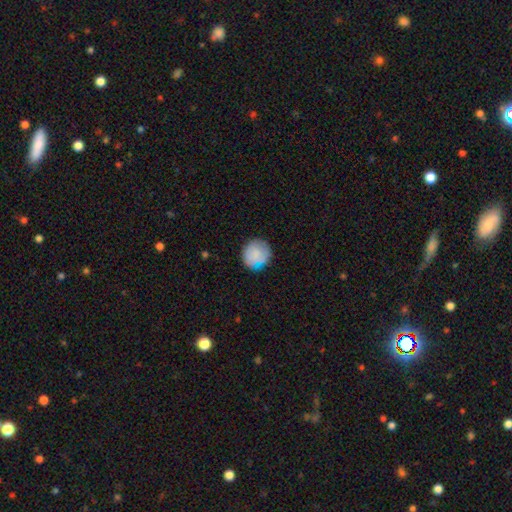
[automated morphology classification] Q: Smooth or featured?
A: smooth (81%); runner-up: featured or disk (12%)
Q: How rounded?
A: round (91%); runner-up: in between (8%)
Q: Merging?
A: none (79%); runner-up: minor disturbance (15%)